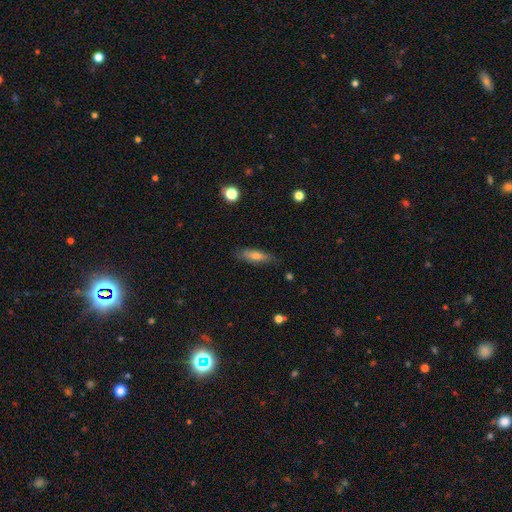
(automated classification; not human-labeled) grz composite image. It shows a smooth galaxy with no disk features (63%) that is cigar-shaped (57%). Merging: none (81%).